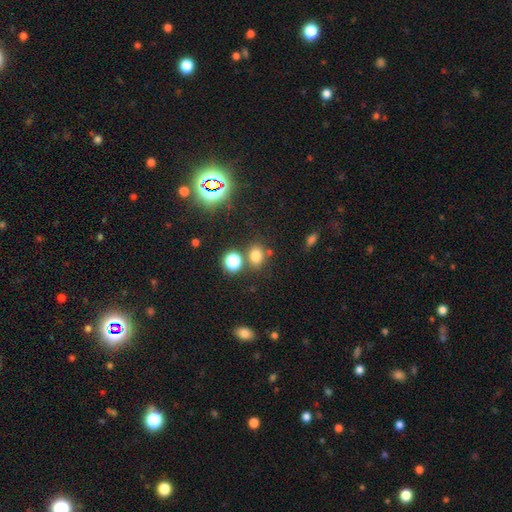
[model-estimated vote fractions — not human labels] Smooth or featured? Predicted: smooth (p=0.74). How rounded? Predicted: round (p=0.50). Merging? Predicted: none (p=0.72).